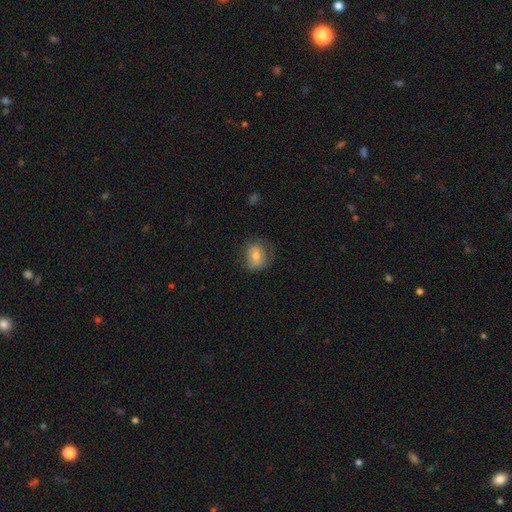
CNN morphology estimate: This is likely a smooth galaxy (70%). How rounded: possibly round (59%). Merging: likely none (63%).